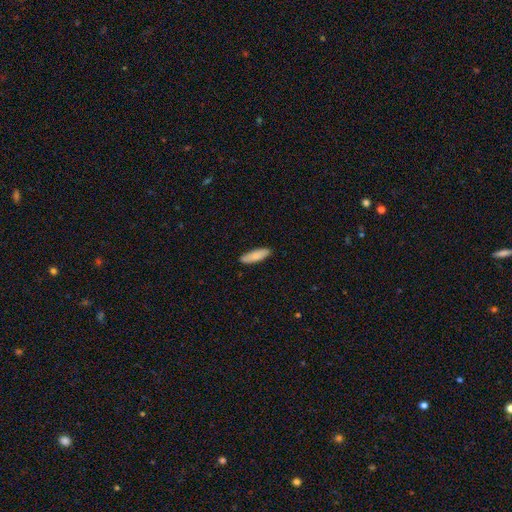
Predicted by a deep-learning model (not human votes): This is clearly a smooth galaxy (85%). How rounded: possibly cigar-shaped (54%). Merging: clearly none (87%).